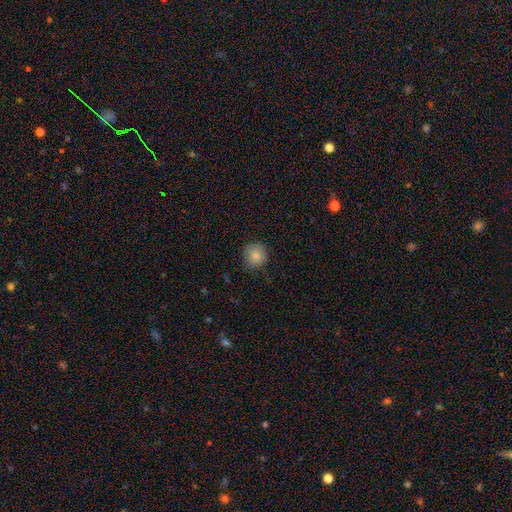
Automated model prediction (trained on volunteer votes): smooth-or-featured: smooth: 84% | star or artifact: 9% | featured or disk: 7%
  how-rounded: round: 92% | in between: 7% | cigar-shaped: 1%
  merging: none: 81% | minor disturbance: 15% | major disturbance: 3% | merger: 1%